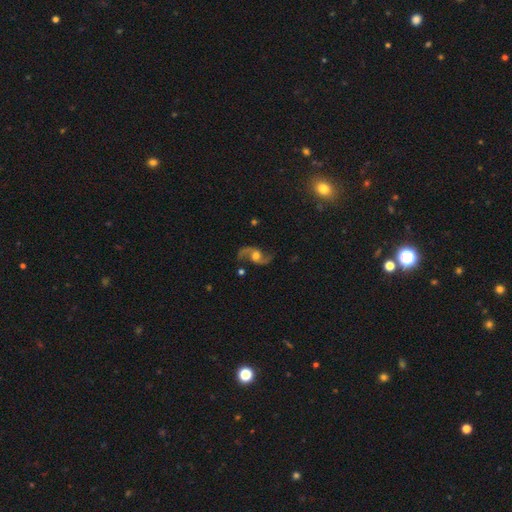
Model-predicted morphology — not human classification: smooth_or_featured: featured or disk (p=0.87) [alt: smooth p=0.07]
disk_edge_on: no (p=0.96) [alt: yes p=0.04]
bar: no (p=0.59) [alt: weak p=0.32]
has_spiral_arms: yes (p=0.96) [alt: no p=0.04]
spiral_winding: loose (p=0.75) [alt: medium p=0.21]
spiral_arm_count: 2 (p=0.94) [alt: 1 p=0.01]
bulge_size: moderate (p=0.63) [alt: large p=0.20]
merging: none (p=0.78) [alt: minor disturbance p=0.13]